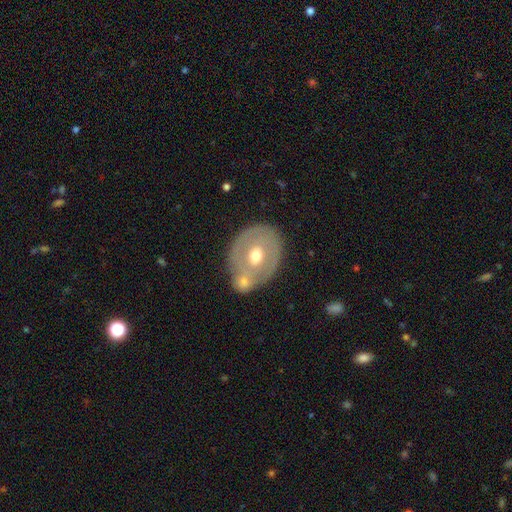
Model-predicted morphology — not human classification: A featured or disk galaxy (51%).

Vote fractions:
- Smooth or featured? featured or disk: 51% / smooth: 43% / star or artifact: 6%
- Edge-on disk? no: 93% / yes: 7%
- Merging? none: 49% / merger: 30% / minor disturbance: 15% / major disturbance: 6%